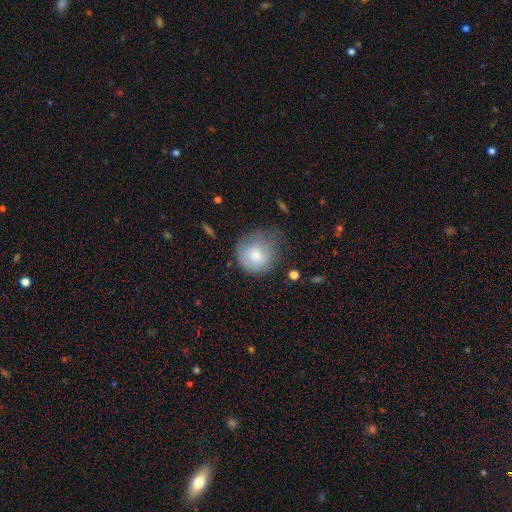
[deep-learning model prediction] This is likely a smooth galaxy (73%). How rounded: clearly round (84%). Merging: marginally none (39%).